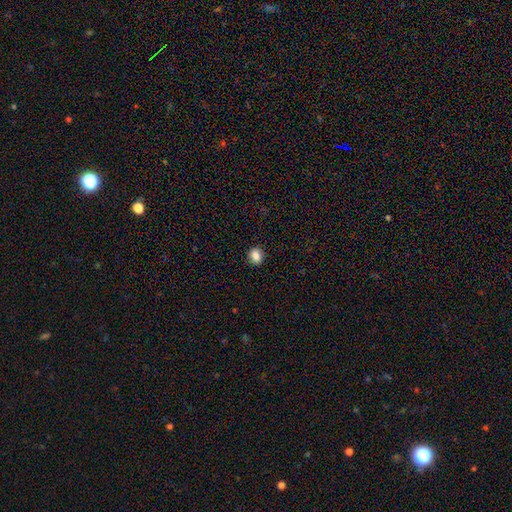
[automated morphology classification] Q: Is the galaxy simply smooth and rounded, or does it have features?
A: smooth — 84%.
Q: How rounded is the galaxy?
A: round — 52%.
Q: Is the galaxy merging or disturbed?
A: none — 87%.